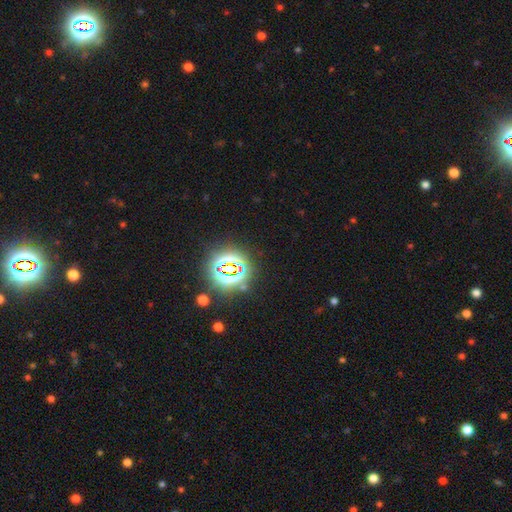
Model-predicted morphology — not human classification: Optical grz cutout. It shows a star or artifact, not a galaxy (83%).